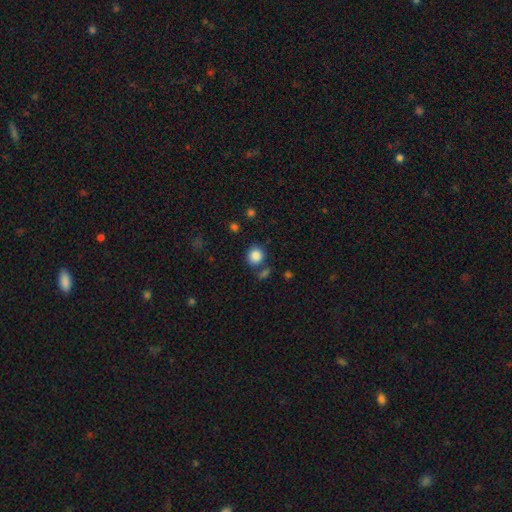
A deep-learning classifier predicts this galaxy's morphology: Q: Smooth or featured?
A: smooth (87%); runner-up: star or artifact (9%)
Q: How rounded?
A: round (85%); runner-up: in between (14%)
Q: Merging?
A: none (76%); runner-up: minor disturbance (10%)